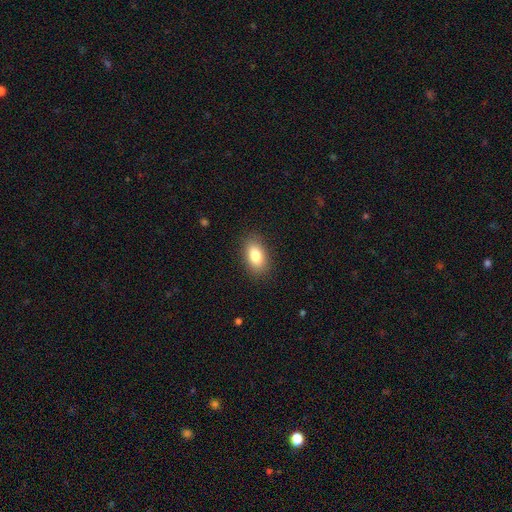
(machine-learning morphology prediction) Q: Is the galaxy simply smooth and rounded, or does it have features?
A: smooth — 83%.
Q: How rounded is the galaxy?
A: in between — 91%.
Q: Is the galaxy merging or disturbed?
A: none — 87%.